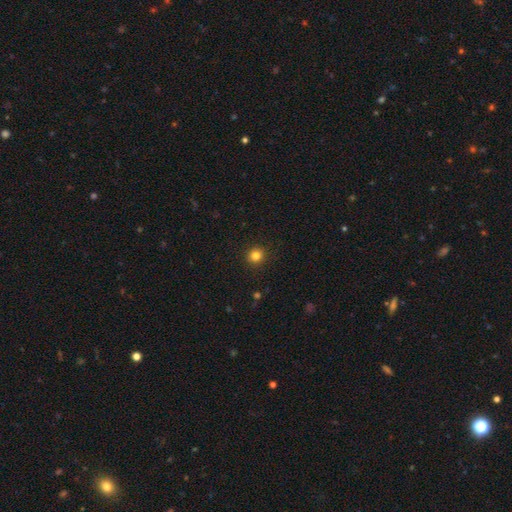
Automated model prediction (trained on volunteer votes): A smooth galaxy with no disk features (82%) that is round (93%). Merging: none (92%).